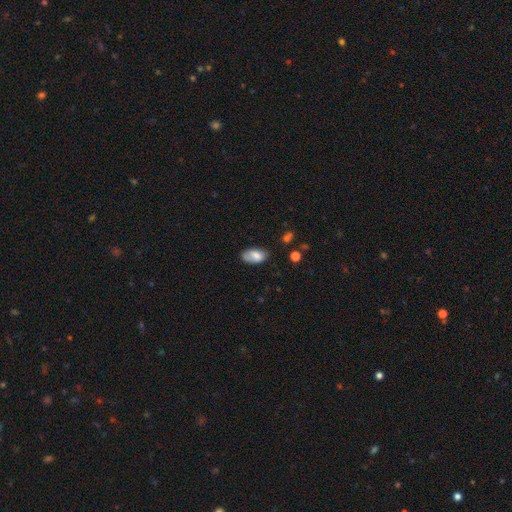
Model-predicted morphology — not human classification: A smooth galaxy with no disk features (76%) that is in between round and cigar-shaped (93%).

Vote fractions:
- Smooth or featured? smooth: 76% / featured or disk: 16% / star or artifact: 8%
- How rounded? in between: 93% / round: 5% / cigar-shaped: 2%
- Merging? none: 58% / minor disturbance: 29% / major disturbance: 10% / merger: 3%